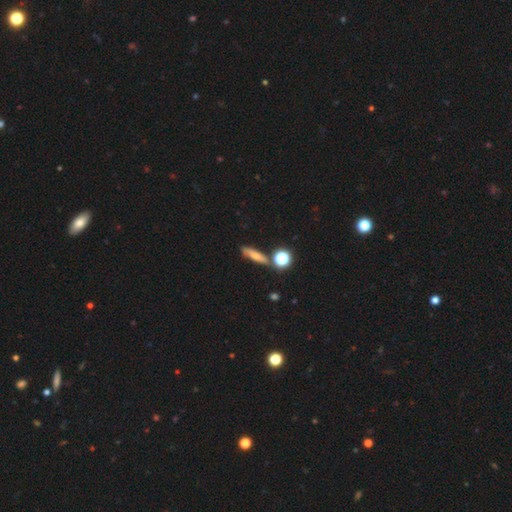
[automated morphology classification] smooth 61%, featured or disk 23%, star or artifact 16%. Down the decision tree: how rounded — cigar-shaped (61%); merging — none (76%).